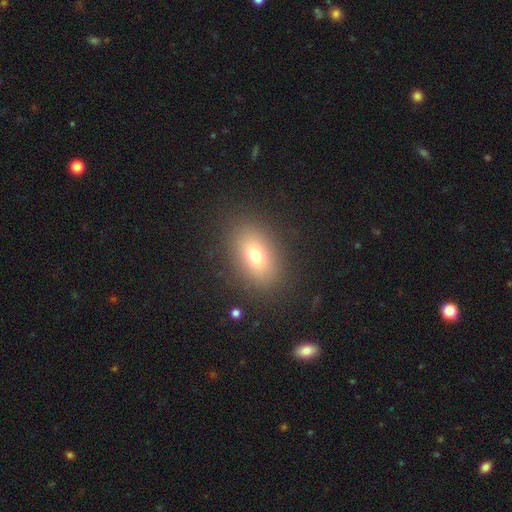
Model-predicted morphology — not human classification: Smooth or featured? Predicted: smooth (p=0.72). How rounded? Predicted: in between (p=0.79). Merging? Predicted: none (p=0.85).